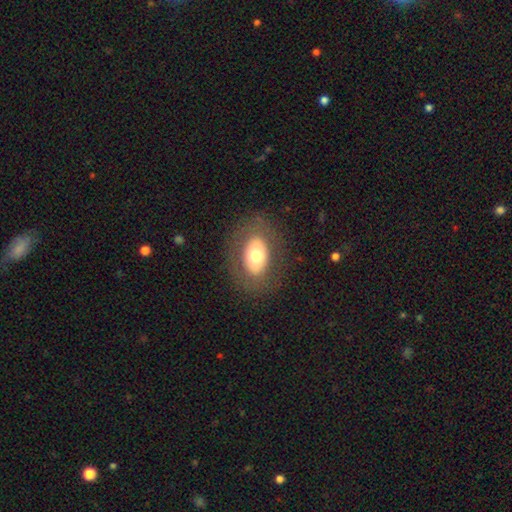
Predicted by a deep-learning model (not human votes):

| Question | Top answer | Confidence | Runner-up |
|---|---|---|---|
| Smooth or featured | smooth | 60% | featured or disk (32%) |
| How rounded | in between | 82% | round (17%) |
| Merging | none | 81% | minor disturbance (11%) |